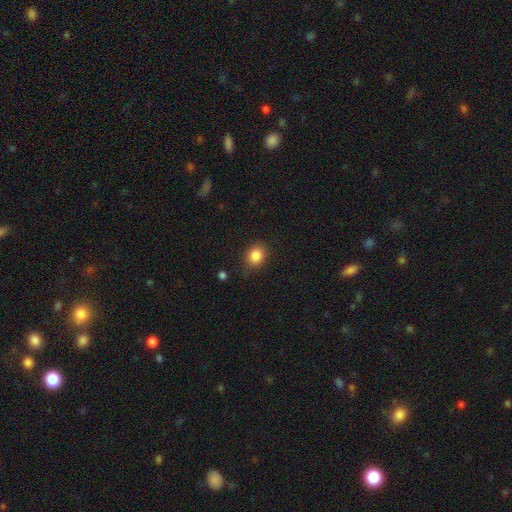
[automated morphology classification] Smooth or featured? smooth (85%)
How rounded? round (63%)
Merging? none (83%)